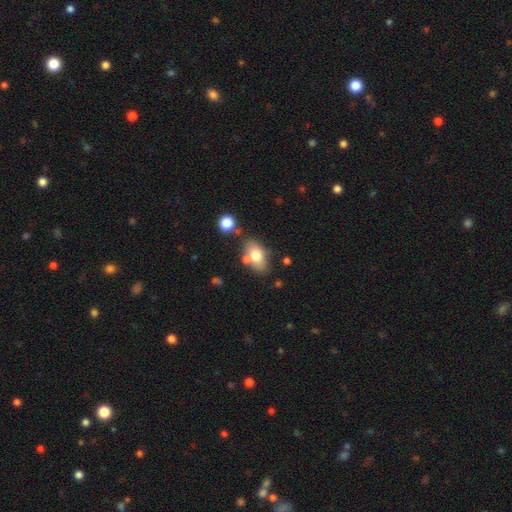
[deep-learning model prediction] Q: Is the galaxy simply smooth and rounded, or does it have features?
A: smooth — 72%.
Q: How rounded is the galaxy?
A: in between — 86%.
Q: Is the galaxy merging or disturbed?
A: none — 66%.